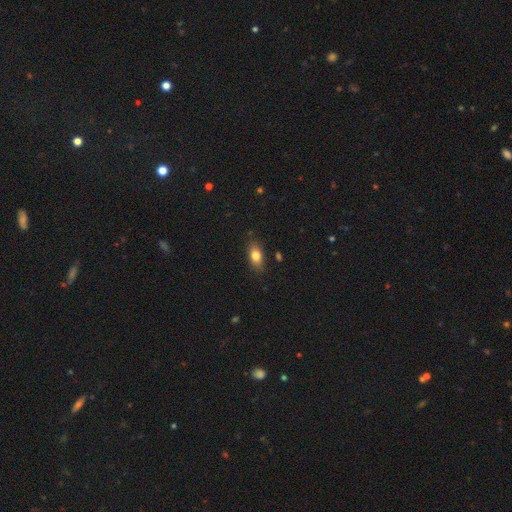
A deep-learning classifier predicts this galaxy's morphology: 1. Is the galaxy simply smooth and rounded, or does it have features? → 81% smooth, 11% featured or disk, 9% star or artifact.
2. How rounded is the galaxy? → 85% in between, 9% round, 7% cigar-shaped.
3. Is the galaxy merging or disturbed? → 83% none, 13% minor disturbance, 3% major disturbance, 2% merger.